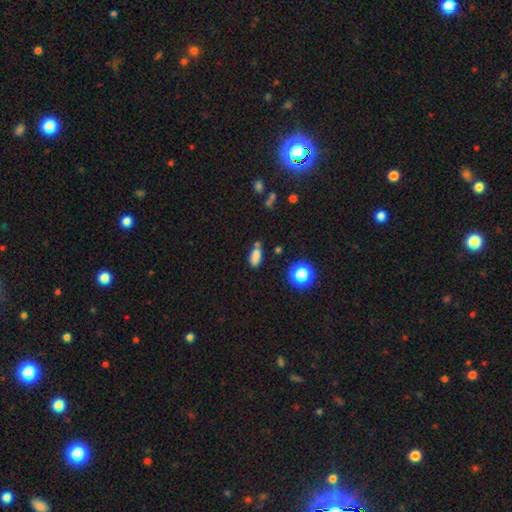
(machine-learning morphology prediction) Smooth or featured?
  - smooth: 80% *
  - star or artifact: 14%
  - featured or disk: 6%
How rounded?
  - in between: 85% *
  - round: 8%
  - cigar-shaped: 7%
Merging?
  - none: 63% *
  - minor disturbance: 18%
  - merger: 14%
  - major disturbance: 5%